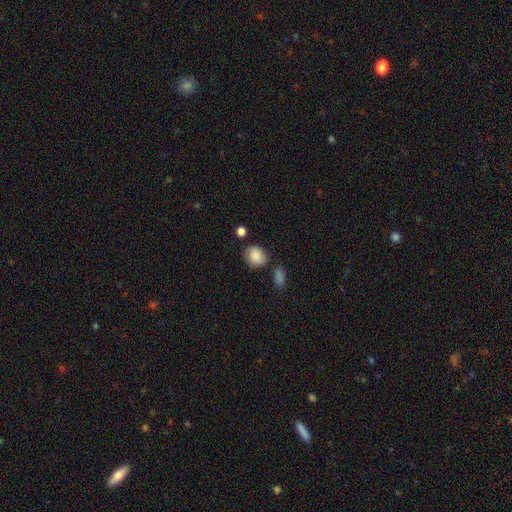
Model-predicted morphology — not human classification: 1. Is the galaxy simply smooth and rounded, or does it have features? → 88% smooth, 7% star or artifact, 5% featured or disk.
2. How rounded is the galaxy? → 54% round, 45% in between, 1% cigar-shaped.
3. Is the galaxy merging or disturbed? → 71% none, 17% minor disturbance, 7% merger, 4% major disturbance.